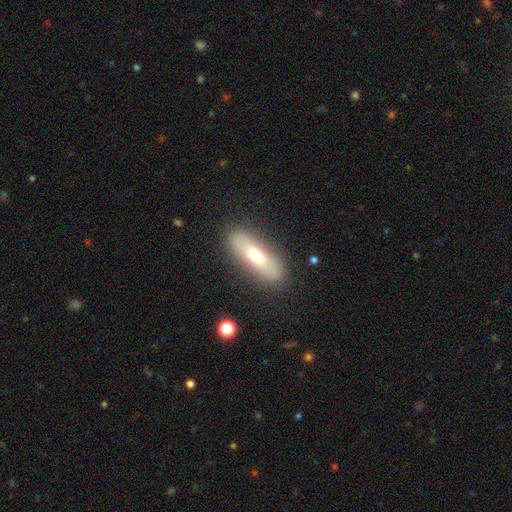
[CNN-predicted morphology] Overall: smooth (58%; featured or disk 34%). How rounded: in between (55%; cigar-shaped 42%). Merging: none (86%).